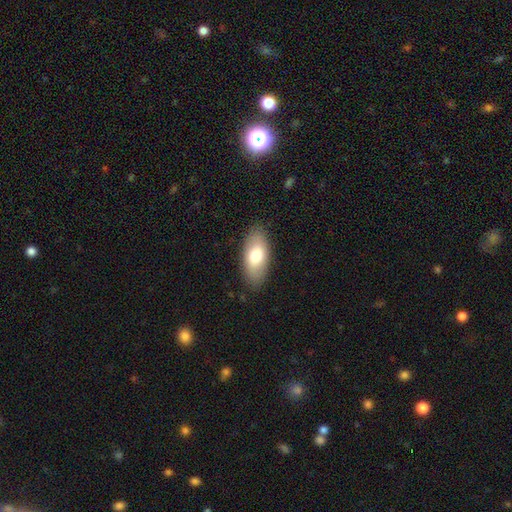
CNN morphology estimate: Smooth or featured? smooth (74%)
How rounded? in between (90%)
Merging? none (86%)